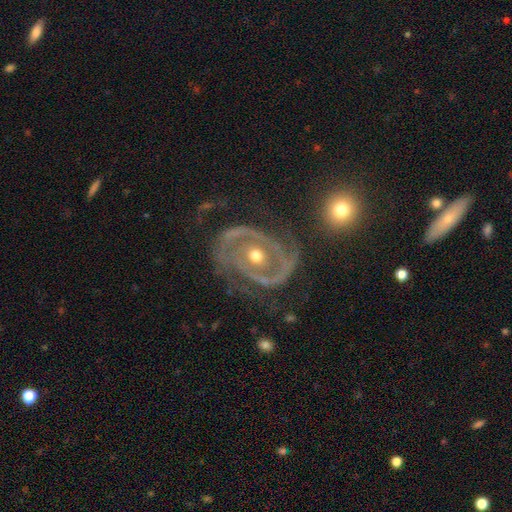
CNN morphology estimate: The model was most divided on "spiral winding": tight: 48%, medium: 39%, loose: 13%. More confident: edge-on disk — no (97%); spiral arms — yes (89%); smooth or featured — featured or disk (88%); bar — no (70%); bulge size — moderate (67%); spiral arm count — 2 (63%); merging — none (62%).